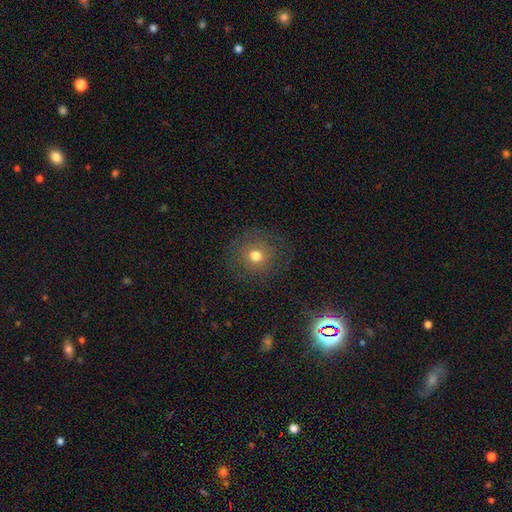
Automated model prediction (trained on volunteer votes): Morphology: type=smooth (72%); roundness=round (89%); merging=none (84%).